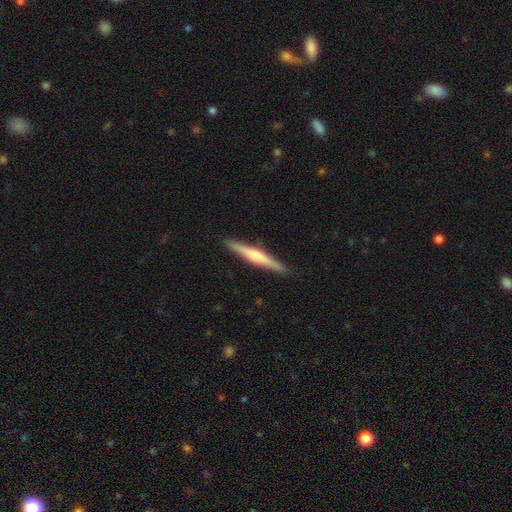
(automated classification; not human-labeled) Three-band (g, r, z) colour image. It shows a featured or disk galaxy (54%) viewed edge-on (97%) with a rounded central bulge (54%). Merging: none (91%).